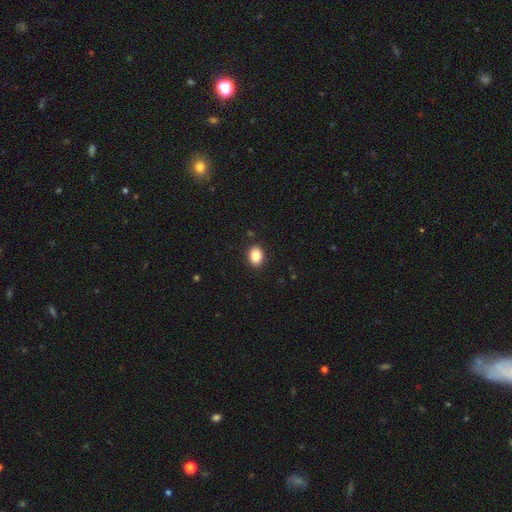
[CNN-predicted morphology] A smooth galaxy with no disk features (87%) that is in between round and cigar-shaped (61%).

Vote fractions:
- Smooth or featured? smooth: 87% / star or artifact: 9% / featured or disk: 5%
- How rounded? in between: 61% / round: 38% / cigar-shaped: 1%
- Merging? none: 91% / minor disturbance: 7% / major disturbance: 2% / merger: 1%